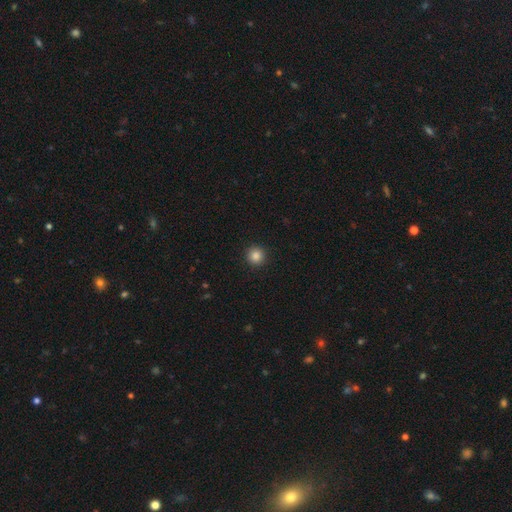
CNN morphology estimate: This is clearly a smooth galaxy (86%). How rounded: clearly round (95%). Merging: clearly none (93%).